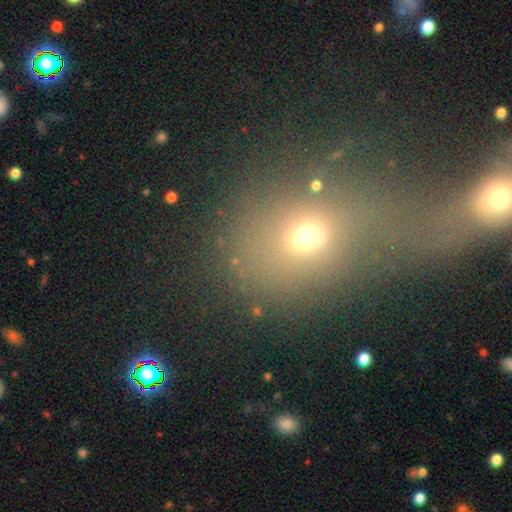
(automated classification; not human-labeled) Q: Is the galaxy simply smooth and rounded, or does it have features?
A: smooth — 58%.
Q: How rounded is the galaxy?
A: round — 64%.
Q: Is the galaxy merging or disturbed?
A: merger — 55%.